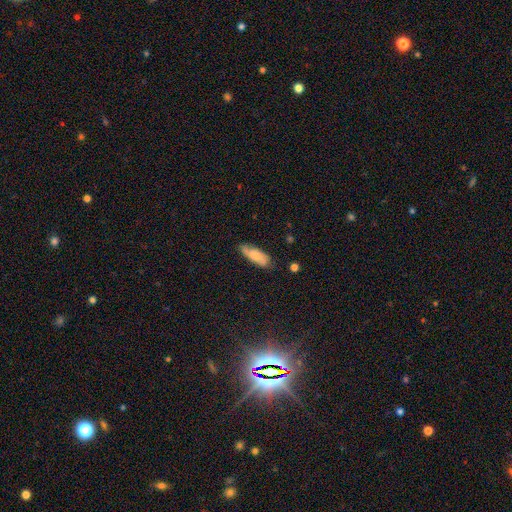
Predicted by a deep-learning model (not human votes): Overall: smooth (66%; featured or disk 27%). How rounded: in between (65%; cigar-shaped 33%). Merging: none (69%).